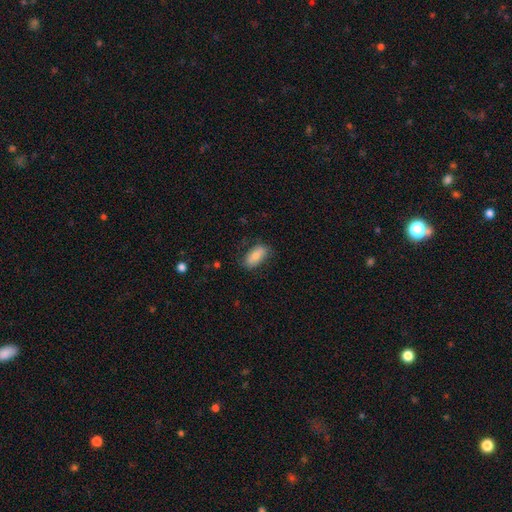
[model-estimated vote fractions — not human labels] smooth-or-featured: smooth: 77% | featured or disk: 16% | star or artifact: 7%
  how-rounded: in between: 89% | cigar-shaped: 8% | round: 3%
  merging: none: 77% | minor disturbance: 17% | major disturbance: 4% | merger: 1%